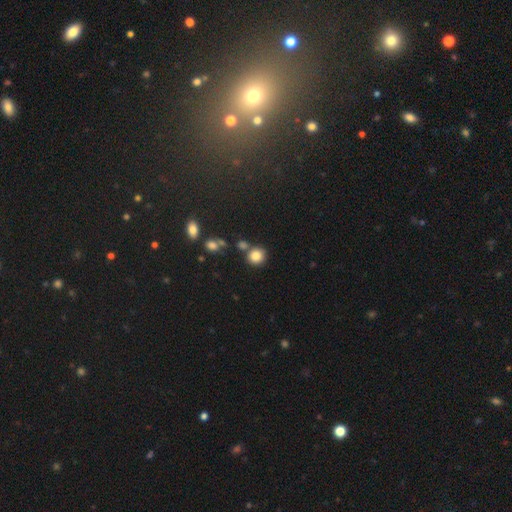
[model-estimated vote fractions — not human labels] Morphology: type=smooth (83%); roundness=round (86%); merging=none (72%).